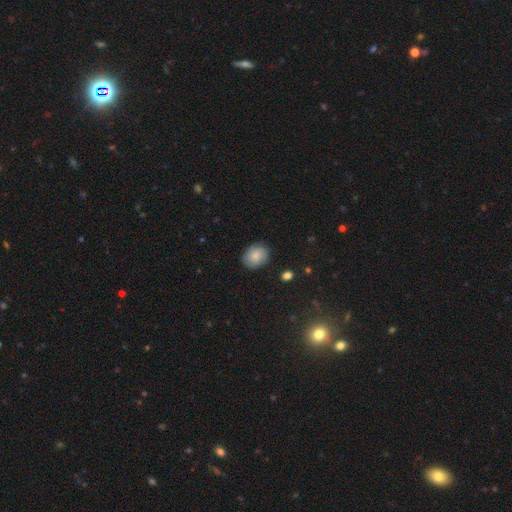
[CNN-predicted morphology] Q: Smooth or featured?
A: smooth (80%); runner-up: featured or disk (12%)
Q: How rounded?
A: round (55%); runner-up: in between (44%)
Q: Merging?
A: none (83%); runner-up: minor disturbance (13%)